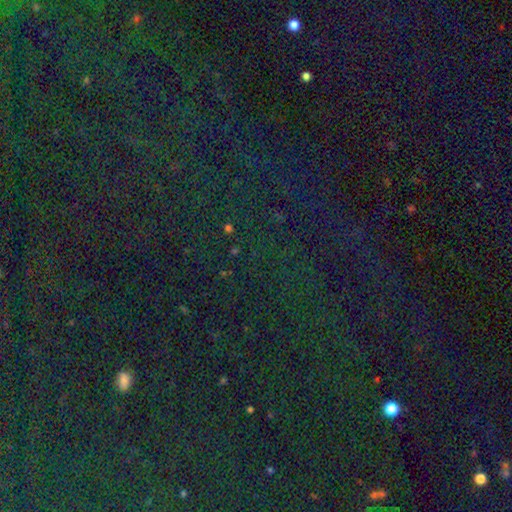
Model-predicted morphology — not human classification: Smooth or featured? star or artifact (81%)